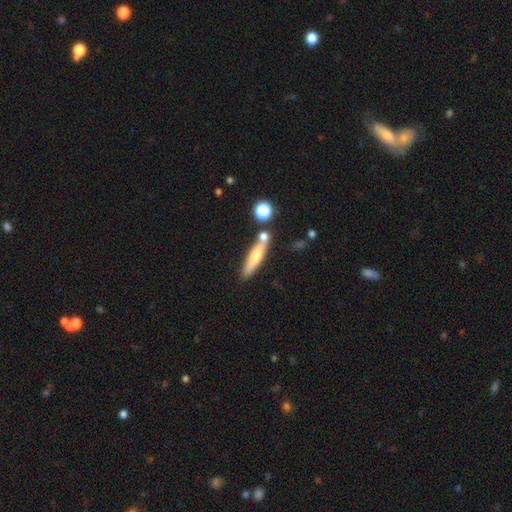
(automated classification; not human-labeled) smooth-or-featured: smooth: 64% | featured or disk: 28% | star or artifact: 8%
  how-rounded: cigar-shaped: 80% | in between: 17% | round: 3%
  merging: none: 67% | merger: 16% | minor disturbance: 13% | major disturbance: 4%